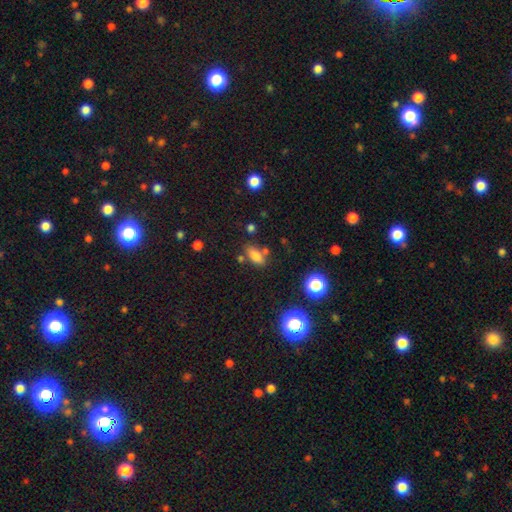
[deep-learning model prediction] Smooth or featured: smooth — 77% (star or artifact — 13%)
How rounded: in between — 83% (cigar-shaped — 10%)
Merging: none — 71% (minor disturbance — 14%)